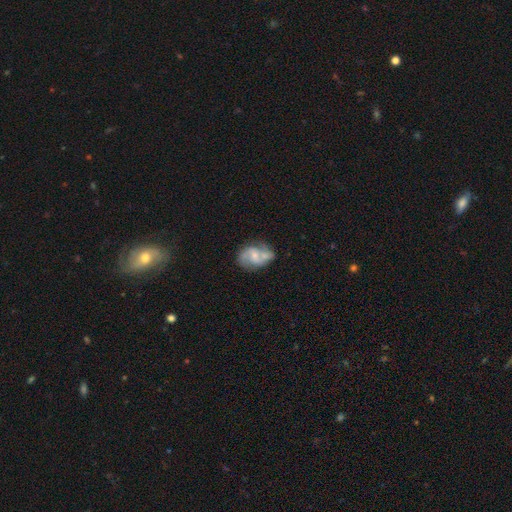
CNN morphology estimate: Smooth or featured: featured or disk — 69% (smooth — 24%)
Edge-on disk: no — 98% (yes — 2%)
Bar: no — 54% (weak — 38%)
Spiral arms: yes — 86% (no — 14%)
Spiral winding: medium — 49% (loose — 35%)
Spiral arm count: 2 — 82% (can't tell — 8%)
Bulge size: small — 50% (moderate — 37%)
Merging: none — 45% (merger — 25%)